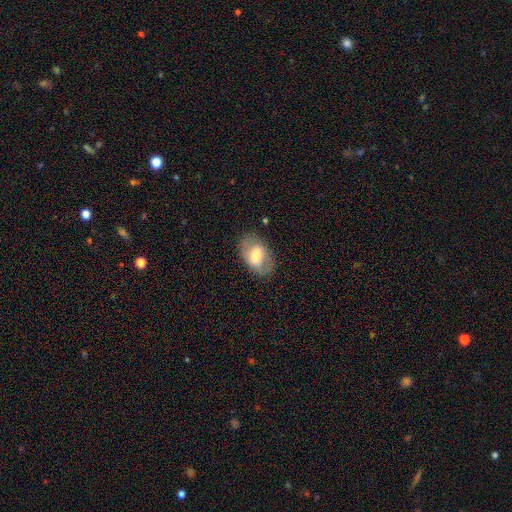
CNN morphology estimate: A smooth galaxy with no disk features (56%) that is in between round and cigar-shaped (89%). Merging: none (75%).